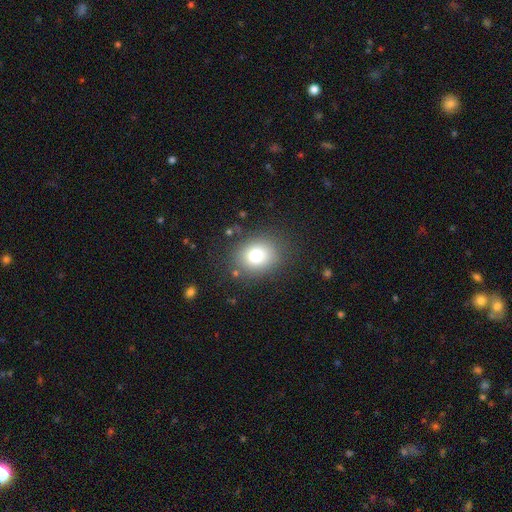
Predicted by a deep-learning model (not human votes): smooth-or-featured: smooth: 76% | star or artifact: 12% | featured or disk: 11%
  how-rounded: round: 65% | in between: 35% | cigar-shaped: 1%
  merging: none: 82% | minor disturbance: 10% | major disturbance: 5% | merger: 2%